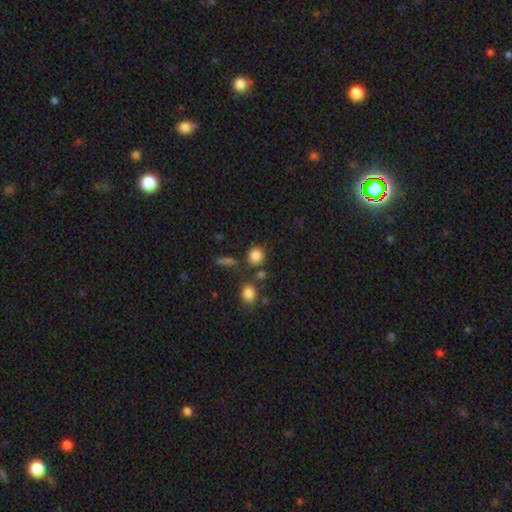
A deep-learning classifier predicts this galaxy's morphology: Smooth or featured? smooth (85%)
How rounded? round (85%)
Merging? none (76%)